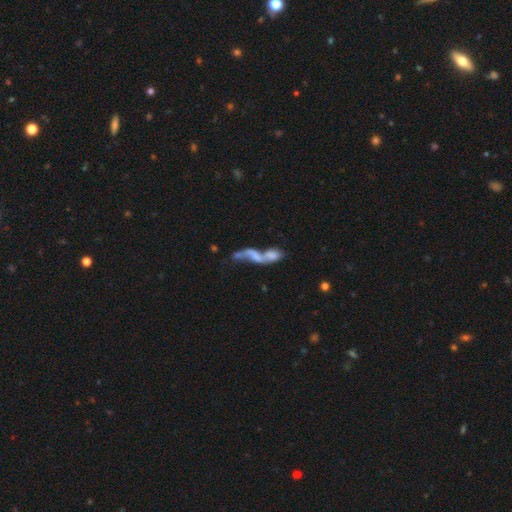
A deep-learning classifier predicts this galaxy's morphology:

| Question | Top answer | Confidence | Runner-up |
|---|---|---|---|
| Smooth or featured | featured or disk | 55% | smooth (32%) |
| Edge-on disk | no | 82% | yes (18%) |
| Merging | merger | 61% | none (16%) |